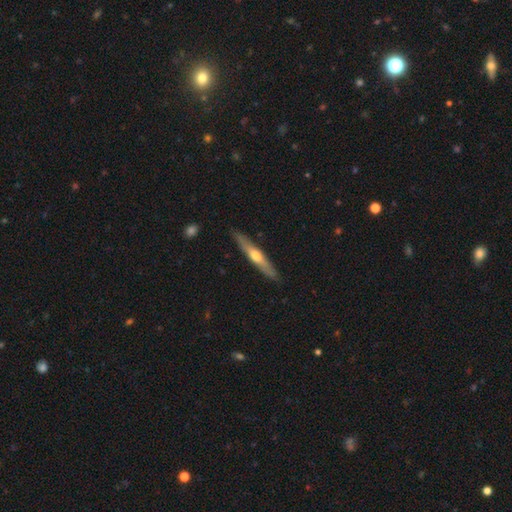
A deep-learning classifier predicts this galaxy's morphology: smooth-or-featured: featured or disk: 58% | smooth: 37% | star or artifact: 5%
  disk-edge-on: yes: 93% | no: 7%
    edge-on-bulge: rounded: 83% | none: 13% | boxy: 5%
  merging: none: 88% | minor disturbance: 9% | major disturbance: 2% | merger: 1%